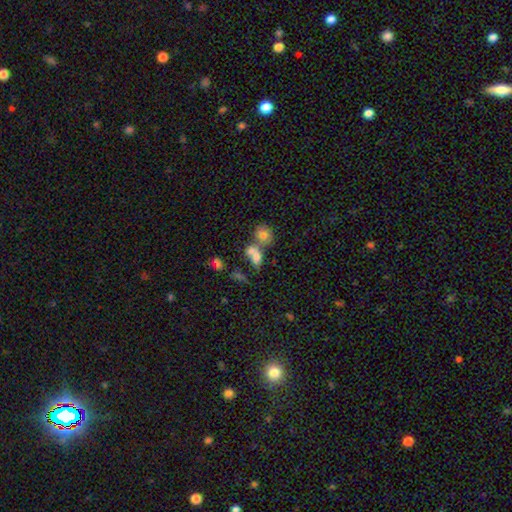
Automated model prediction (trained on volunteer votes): smooth-or-featured: smooth: 68% | featured or disk: 18% | star or artifact: 14%
  how-rounded: in between: 63% | round: 34% | cigar-shaped: 4%
  merging: merger: 56% | none: 28% | minor disturbance: 9% | major disturbance: 7%